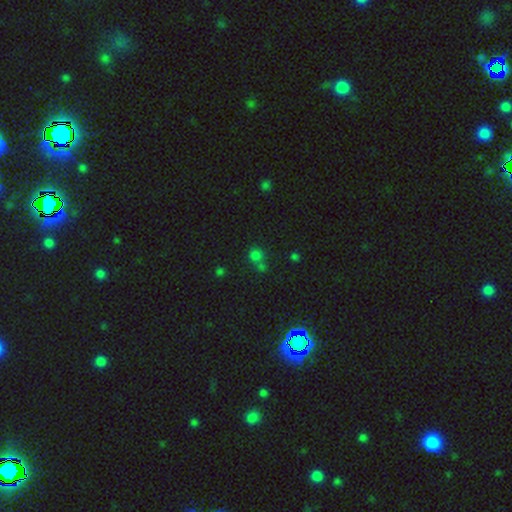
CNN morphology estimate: Smooth or featured: smooth — 64% (star or artifact — 29%)
How rounded: round — 85% (in between — 14%)
Merging: none — 53% (merger — 32%)